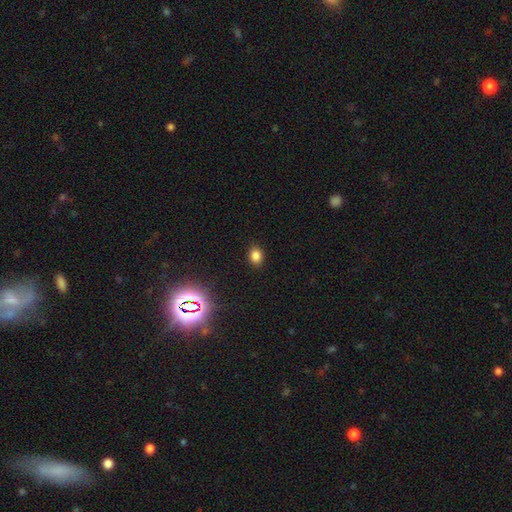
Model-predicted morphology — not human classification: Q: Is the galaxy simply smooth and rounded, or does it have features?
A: smooth — 81%.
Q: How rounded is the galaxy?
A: in between — 54%.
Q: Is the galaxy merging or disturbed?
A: none — 88%.